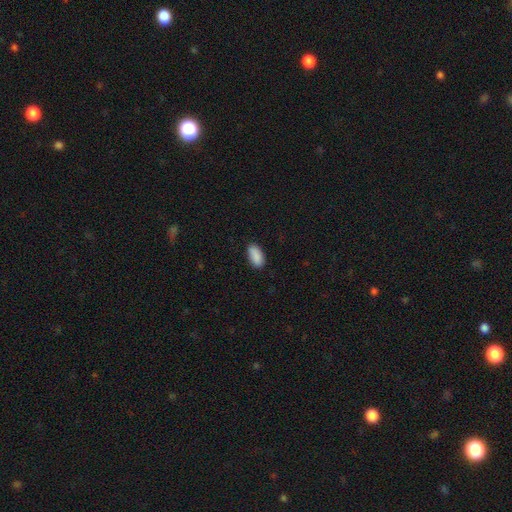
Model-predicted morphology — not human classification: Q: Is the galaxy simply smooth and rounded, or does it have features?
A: smooth — 90%.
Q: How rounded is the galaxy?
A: in between — 91%.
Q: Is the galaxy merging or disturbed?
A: none — 85%.